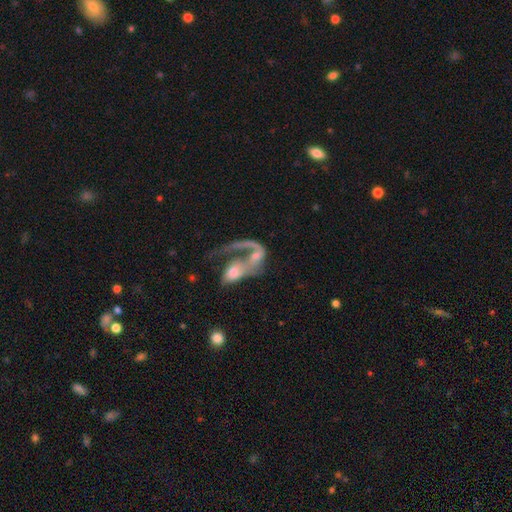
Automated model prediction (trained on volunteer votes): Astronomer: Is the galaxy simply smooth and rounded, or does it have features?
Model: featured or disk — 66%.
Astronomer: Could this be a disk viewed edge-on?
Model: no — 95%.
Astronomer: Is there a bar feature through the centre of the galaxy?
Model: no — 67%.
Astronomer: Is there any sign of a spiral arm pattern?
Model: yes — 62% (runner-up: no, 38%).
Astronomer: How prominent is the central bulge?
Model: moderate — 41% (runner-up: small, 29%).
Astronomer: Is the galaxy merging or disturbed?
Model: merger — 57%.